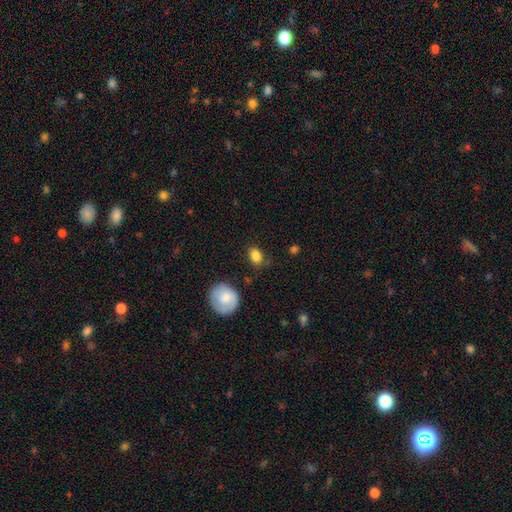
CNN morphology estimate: Smooth or featured: smooth — 86% (star or artifact — 8%)
How rounded: in between — 71% (round — 27%)
Merging: none — 75% (minor disturbance — 18%)